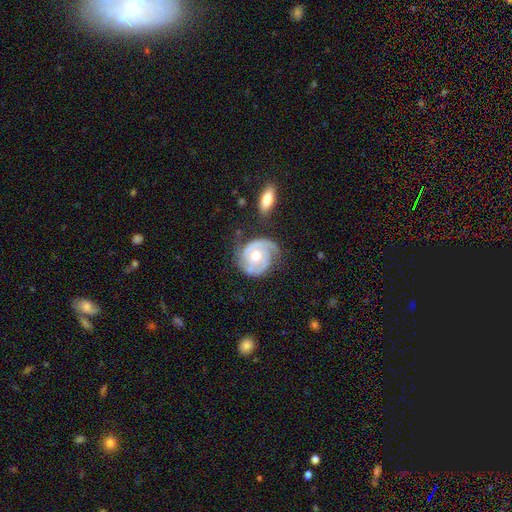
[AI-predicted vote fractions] Smooth or featured? Predicted: featured or disk (p=0.82). Edge-on disk? Predicted: no (p=0.98). Bar? Predicted: no (p=0.74). Spiral arms? Predicted: yes (p=0.93). Spiral winding? Predicted: tight (p=0.58). Spiral arm count? Predicted: 2 (p=0.55). Bulge size? Predicted: moderate (p=0.76). Merging? Predicted: none (p=0.54).